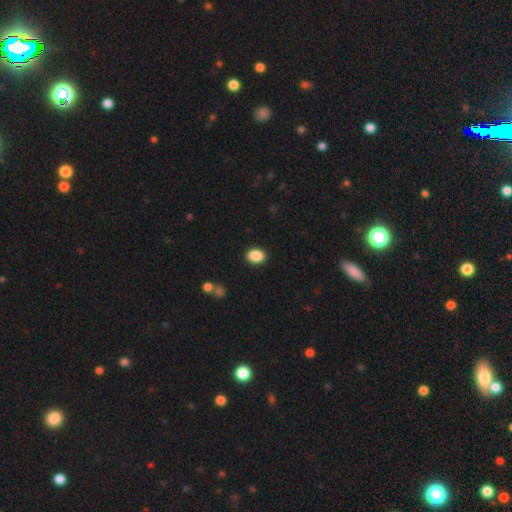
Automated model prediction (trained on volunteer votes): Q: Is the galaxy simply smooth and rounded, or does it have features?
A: smooth — 88%.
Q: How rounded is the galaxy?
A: in between — 72%.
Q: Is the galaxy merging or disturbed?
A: none — 90%.